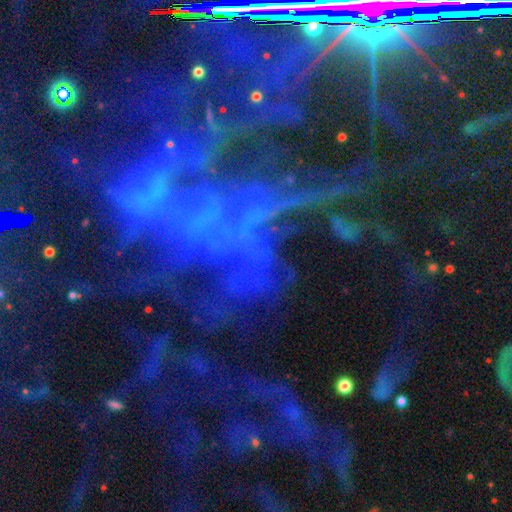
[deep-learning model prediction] smooth-or-featured: featured or disk: 50% | star or artifact: 37% | smooth: 13%
  merging: none: 51% | major disturbance: 24% | minor disturbance: 15% | merger: 10%